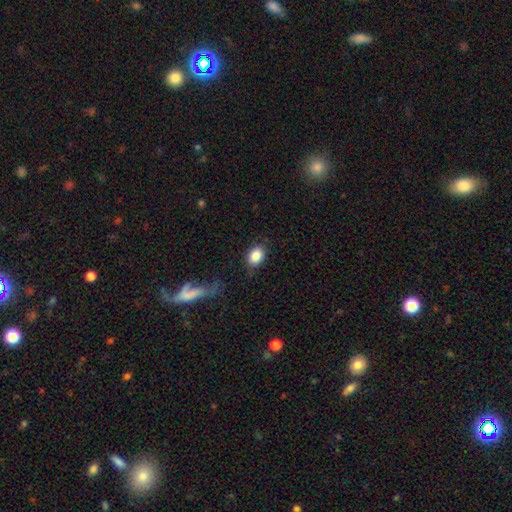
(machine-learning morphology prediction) type=smooth (87%); roundness=in between (67%); merging=none (77%).